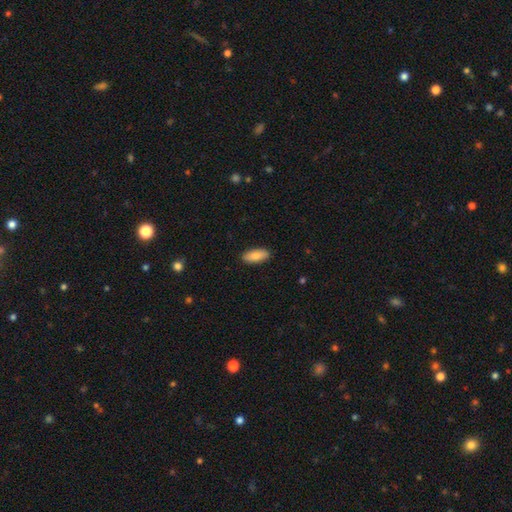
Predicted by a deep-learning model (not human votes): Morphology: type=smooth (85%); roundness=in between (82%); merging=none (90%).